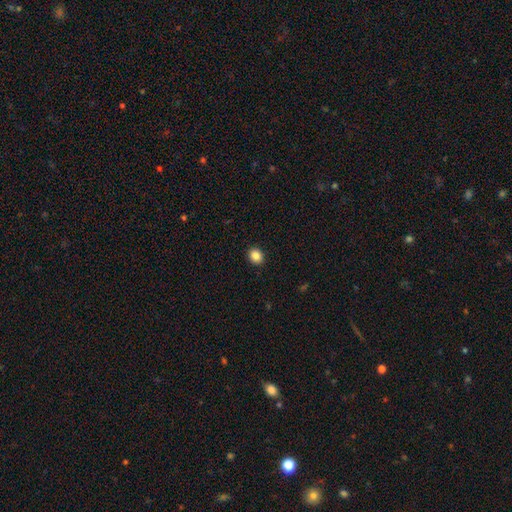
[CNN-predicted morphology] A smooth galaxy with no disk features (85%) that is round (61%).

Vote fractions:
- Smooth or featured? smooth: 85% / star or artifact: 10% / featured or disk: 5%
- How rounded? round: 61% / in between: 38% / cigar-shaped: 1%
- Merging? none: 92% / minor disturbance: 6% / major disturbance: 2% / merger: 1%